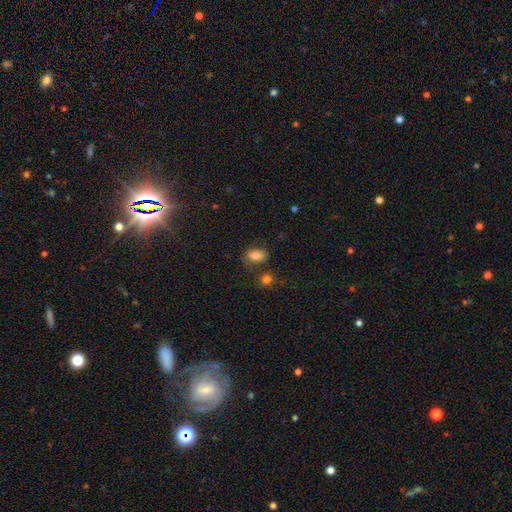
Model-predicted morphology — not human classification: smooth-or-featured: smooth: 80% | featured or disk: 11% | star or artifact: 10%
  how-rounded: in between: 82% | round: 16% | cigar-shaped: 2%
  merging: none: 71% | minor disturbance: 14% | merger: 11% | major disturbance: 4%